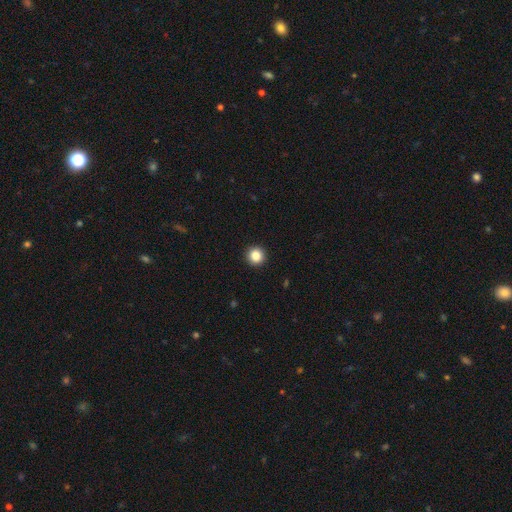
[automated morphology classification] smooth_or_featured: smooth (p=0.86) [alt: star or artifact p=0.10]
how_rounded: round (p=0.95) [alt: in between p=0.04]
merging: none (p=0.94) [alt: minor disturbance p=0.04]